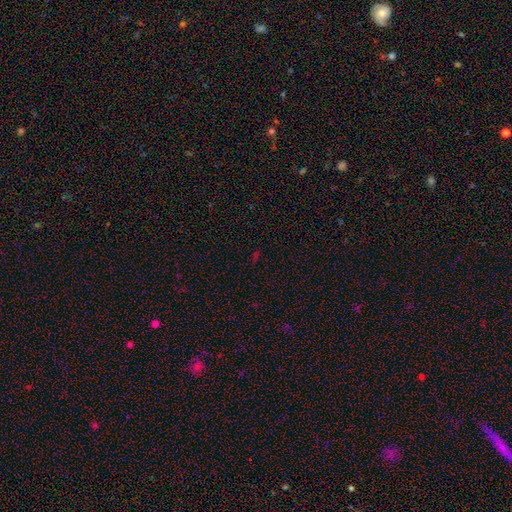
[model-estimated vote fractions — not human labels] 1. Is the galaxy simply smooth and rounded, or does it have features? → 65% star or artifact, 26% smooth, 10% featured or disk.